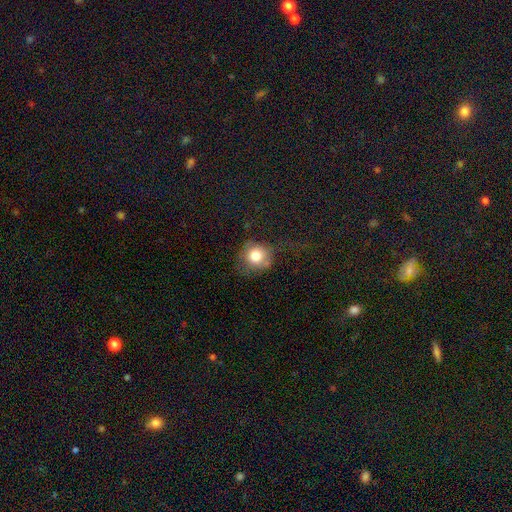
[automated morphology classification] smooth-or-featured: smooth: 77% | featured or disk: 12% | star or artifact: 11%
  how-rounded: round: 86% | in between: 13% | cigar-shaped: 1%
  merging: none: 55% | minor disturbance: 24% | major disturbance: 17% | merger: 4%